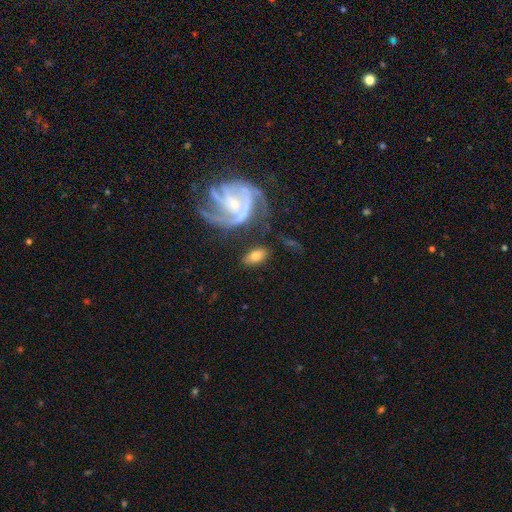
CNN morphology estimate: smooth_or_featured: smooth (p=0.59) [alt: featured or disk p=0.33]
how_rounded: in between (p=0.89) [alt: round p=0.06]
merging: none (p=0.70) [alt: minor disturbance p=0.16]